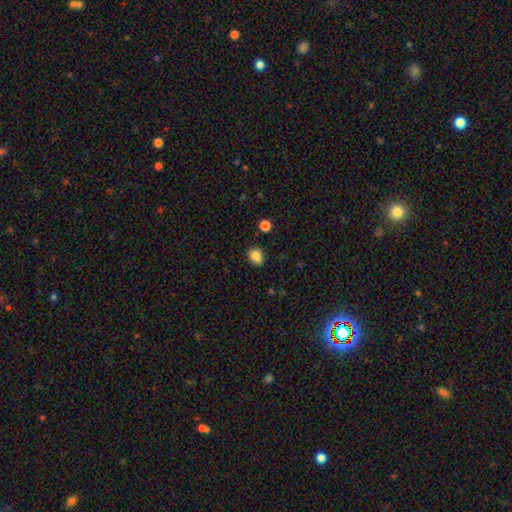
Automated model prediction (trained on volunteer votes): smooth 85%, star or artifact 11%, featured or disk 5%. Down the decision tree: how rounded — round (52%); merging — none (74%).